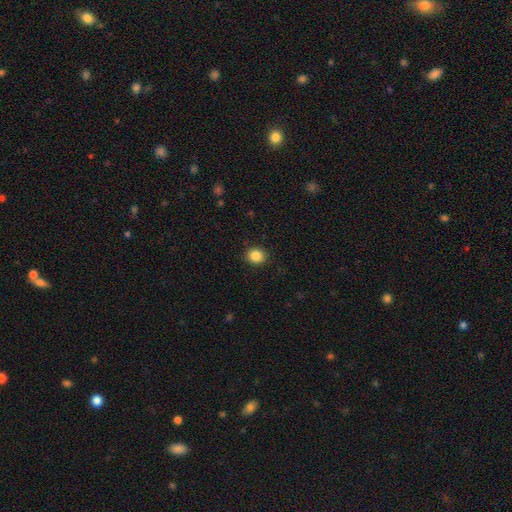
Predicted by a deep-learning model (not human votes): A smooth galaxy with no disk features (86%) that is round (79%). Merging: none (91%).